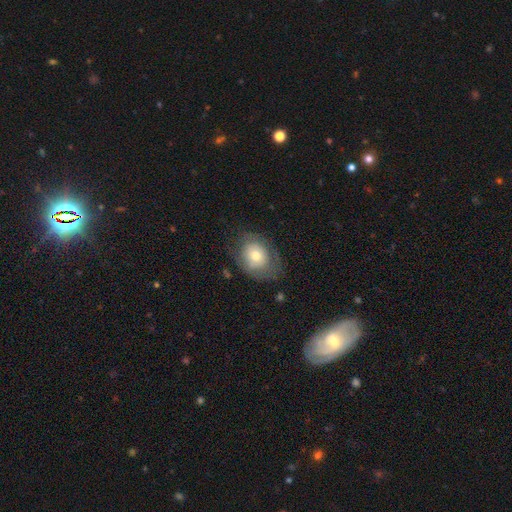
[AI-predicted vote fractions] A smooth galaxy with no disk features (59%) that is in between round and cigar-shaped (54%). Merging: none (59%).